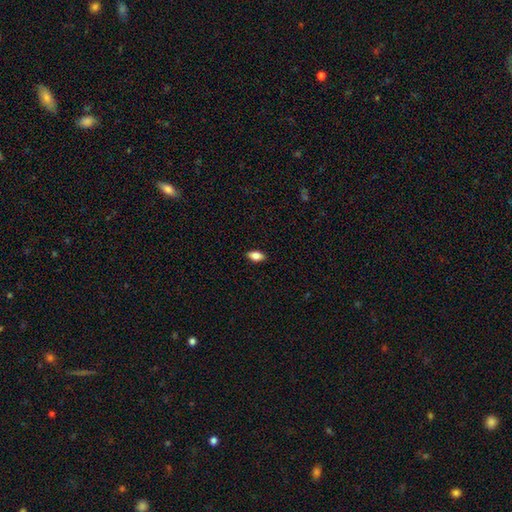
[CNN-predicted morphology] Q: Smooth or featured?
A: smooth (83%); runner-up: featured or disk (9%)
Q: How rounded?
A: in between (90%); runner-up: cigar-shaped (5%)
Q: Merging?
A: none (89%); runner-up: minor disturbance (8%)